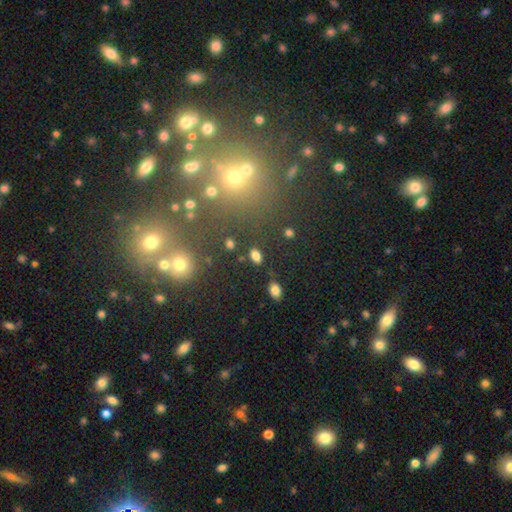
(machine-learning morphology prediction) Overall: smooth (80%). How rounded: in between (87%). Merging: none (82%).